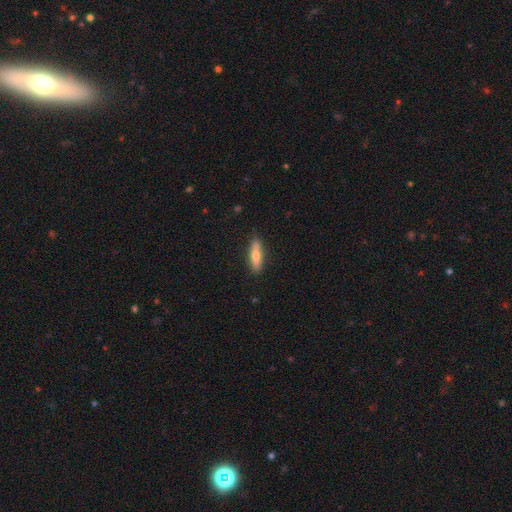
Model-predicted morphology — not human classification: type=smooth (65%); roundness=cigar-shaped (69%); merging=none (86%).